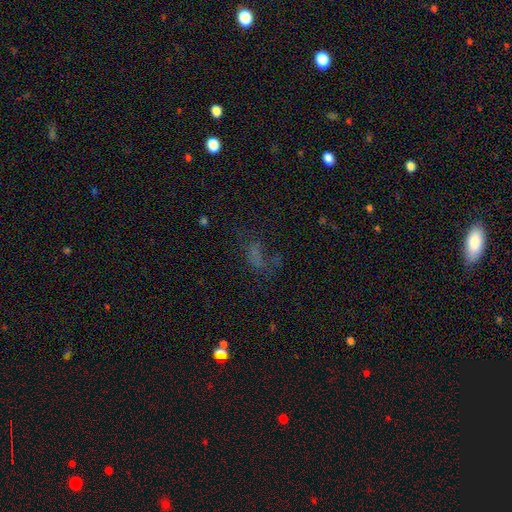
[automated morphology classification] smooth 44%, star or artifact 33%, featured or disk 23%. Down the decision tree: merging — none (42%).